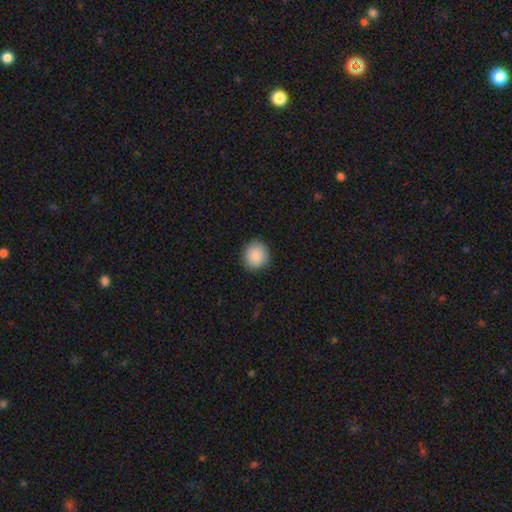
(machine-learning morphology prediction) type=smooth (86%); roundness=round (89%); merging=none (90%).